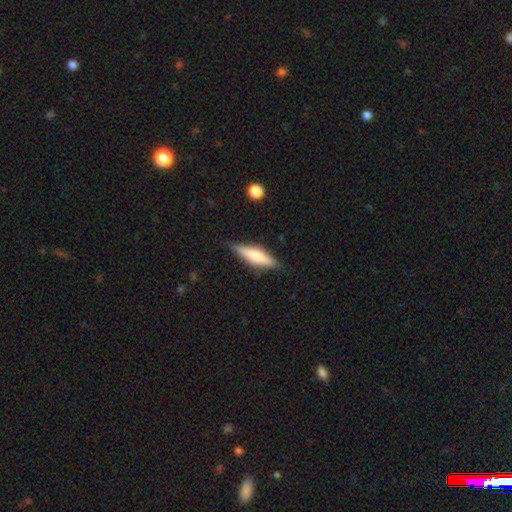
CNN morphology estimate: smooth_or_featured: smooth (p=0.52) [alt: featured or disk p=0.42]
how_rounded: cigar-shaped (p=0.69) [alt: in between p=0.29]
merging: none (p=0.81) [alt: minor disturbance p=0.15]